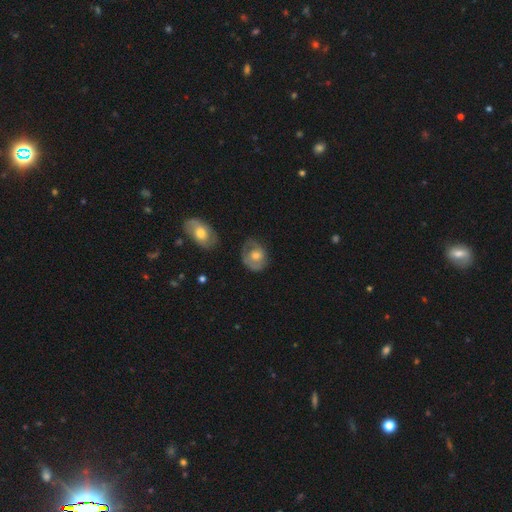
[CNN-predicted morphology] Smooth or featured?
  - featured or disk: 47% *
  - smooth: 46%
  - star or artifact: 7%
Merging?
  - none: 61% *
  - minor disturbance: 25%
  - major disturbance: 11%
  - merger: 3%